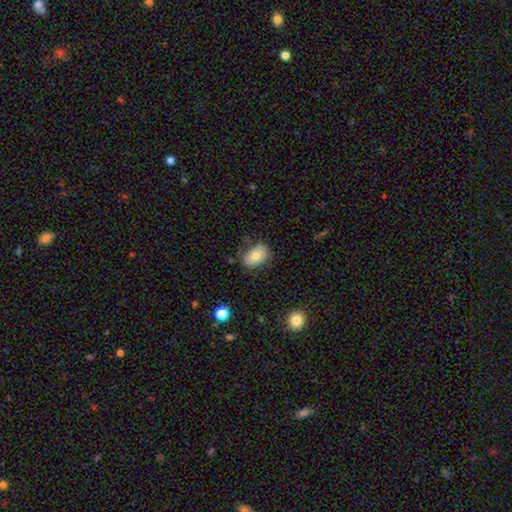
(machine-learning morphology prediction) This appears to be a smooth galaxy with no disk features (71%) that is in between round and cigar-shaped (80%). Merging: none (66%).